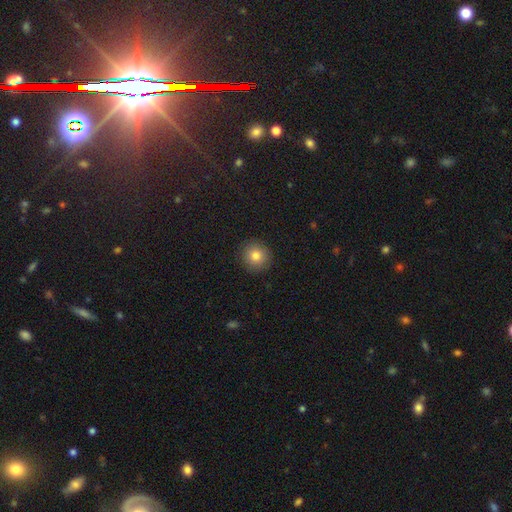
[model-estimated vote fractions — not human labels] Overall: smooth (81%). How rounded: round (93%). Merging: none (91%).